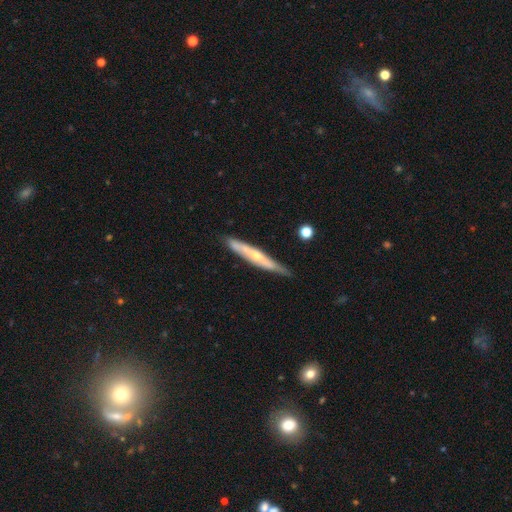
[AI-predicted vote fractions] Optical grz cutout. It shows a featured or disk galaxy (62%) viewed edge-on (90%) with a rounded central bulge (70%). Merging: none (79%).